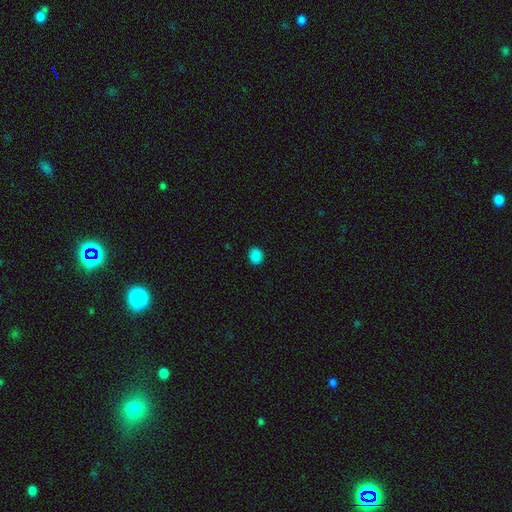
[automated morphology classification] A smooth galaxy with no disk features (86%) that is round (64%). Merging: none (90%).